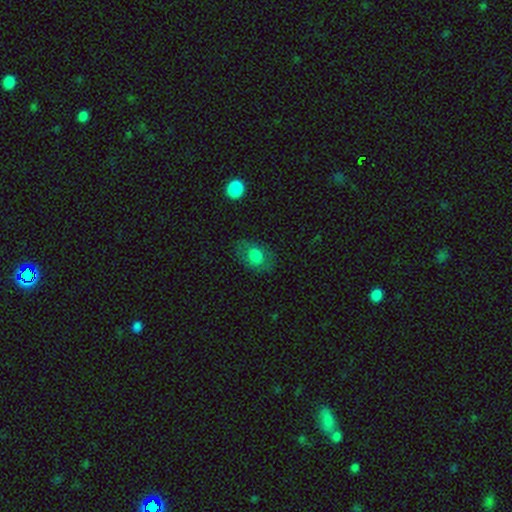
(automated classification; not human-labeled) Smooth or featured? smooth (71%)
How rounded? in between (72%)
Merging? none (72%)